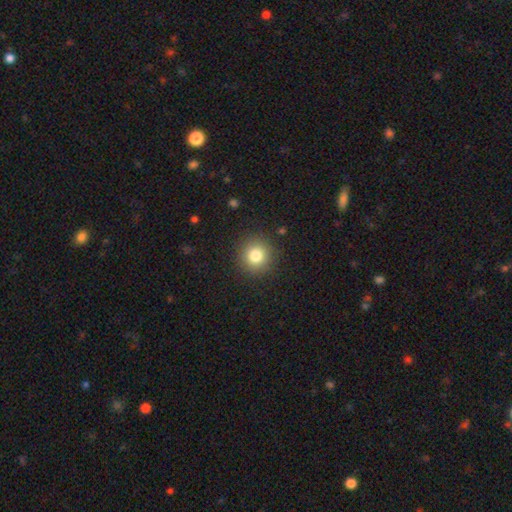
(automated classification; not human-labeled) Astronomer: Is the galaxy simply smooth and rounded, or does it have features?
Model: smooth — 81%.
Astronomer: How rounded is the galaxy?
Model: round — 93%.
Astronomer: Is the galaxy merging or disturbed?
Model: none — 90%.